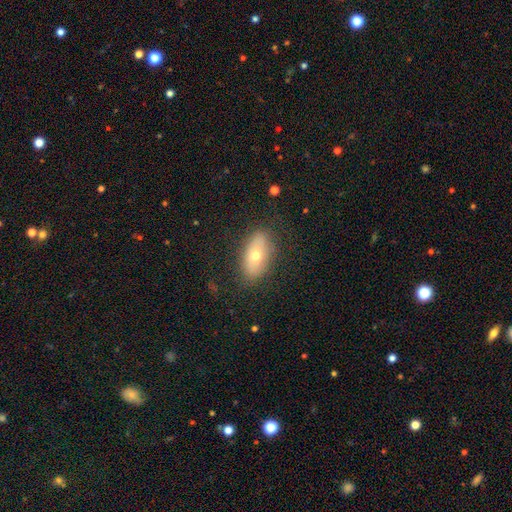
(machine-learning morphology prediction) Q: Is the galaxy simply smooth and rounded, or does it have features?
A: smooth — 60%.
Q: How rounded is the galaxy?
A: in between — 89%.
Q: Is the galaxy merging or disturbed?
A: none — 82%.